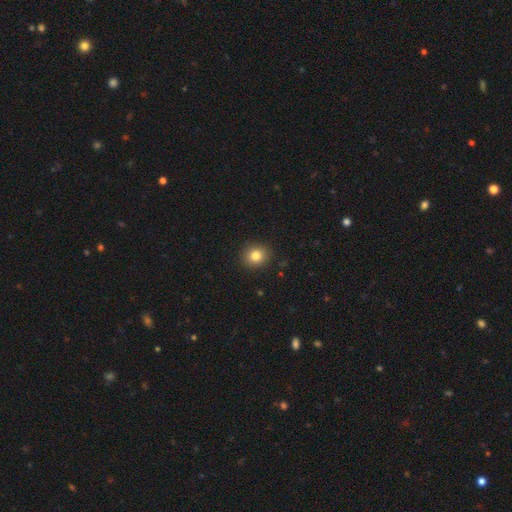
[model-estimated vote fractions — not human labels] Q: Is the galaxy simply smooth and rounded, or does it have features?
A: smooth — 82%.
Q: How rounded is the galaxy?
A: round — 82%.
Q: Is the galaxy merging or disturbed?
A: none — 91%.